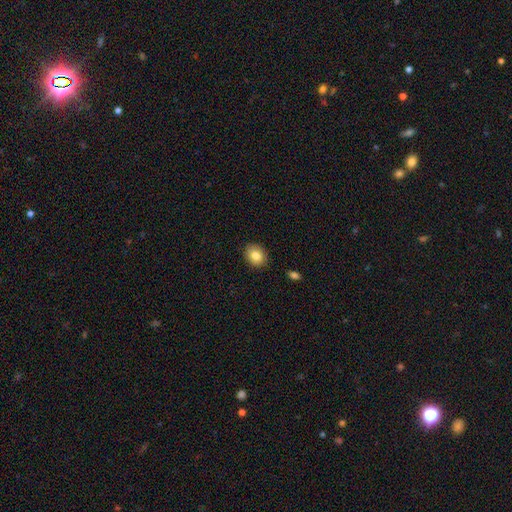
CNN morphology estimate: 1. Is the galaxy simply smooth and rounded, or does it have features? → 83% smooth, 9% star or artifact, 8% featured or disk.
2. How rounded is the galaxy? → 56% round, 43% in between, 1% cigar-shaped.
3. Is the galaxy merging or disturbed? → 89% none, 8% minor disturbance, 2% major disturbance, 1% merger.